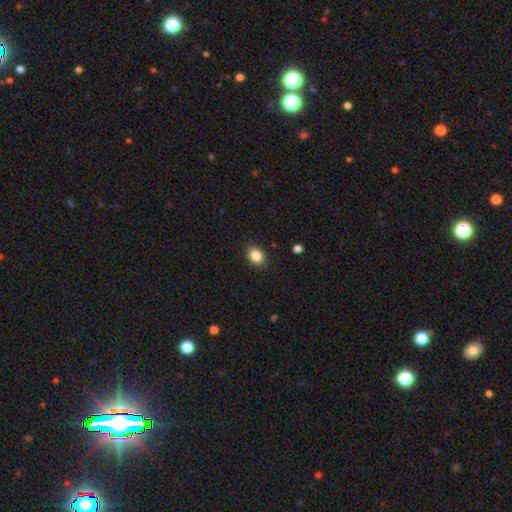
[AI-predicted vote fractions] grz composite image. It shows a smooth galaxy with no disk features (85%) that is in between round and cigar-shaped (53%). Merging: none (88%).